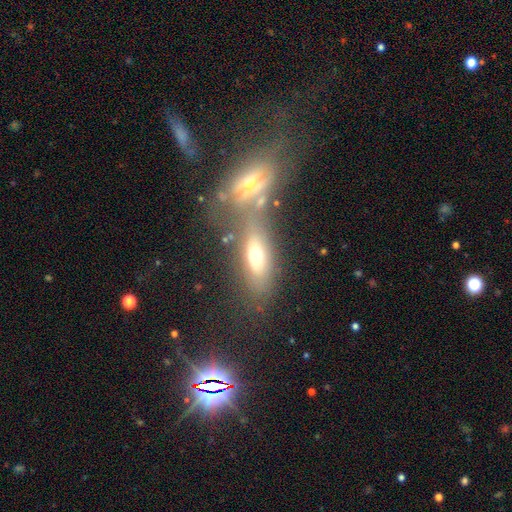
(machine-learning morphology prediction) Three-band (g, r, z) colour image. It shows a smooth galaxy with no disk features (51%) that is in between round and cigar-shaped (72%). Merging: none (40%).